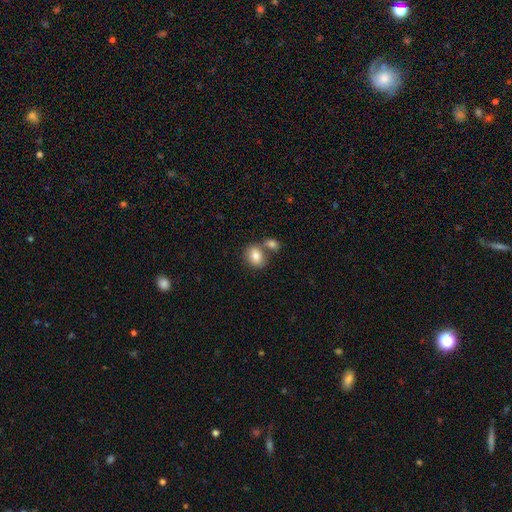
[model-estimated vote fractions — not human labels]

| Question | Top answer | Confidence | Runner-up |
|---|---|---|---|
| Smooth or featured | smooth | 81% | featured or disk (11%) |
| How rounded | in between | 59% | round (40%) |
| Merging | none | 50% | merger (37%) |